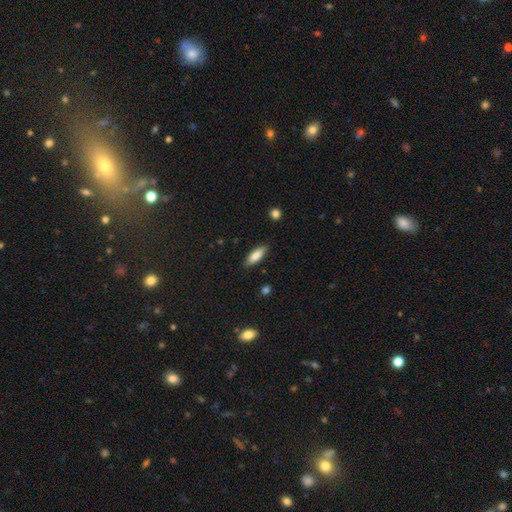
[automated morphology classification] smooth-or-featured: smooth: 80% | featured or disk: 13% | star or artifact: 7%
  how-rounded: in between: 54% | cigar-shaped: 45% | round: 2%
  merging: none: 85% | minor disturbance: 11% | major disturbance: 2% | merger: 1%